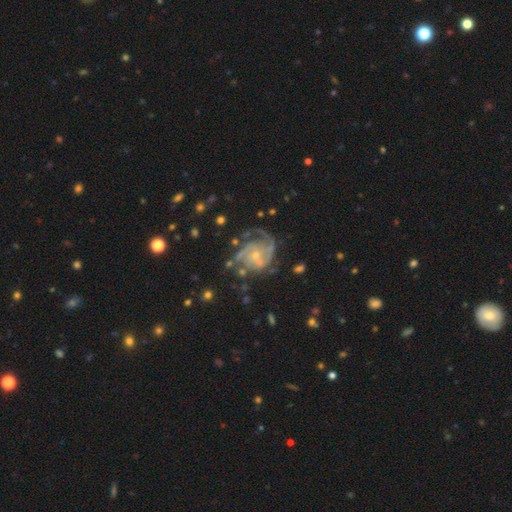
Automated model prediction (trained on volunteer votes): This is clearly a featured or disk galaxy (86%). It is clearly not viewed edge-on (98%). Bar: likely no (68%). Spiral arm pattern: clearly yes (95%). Spiral arm count: marginally 3 (30%). Spiral winding: marginally tight (45%). Central bulge: likely small (71%). Merging: possibly none (55%).